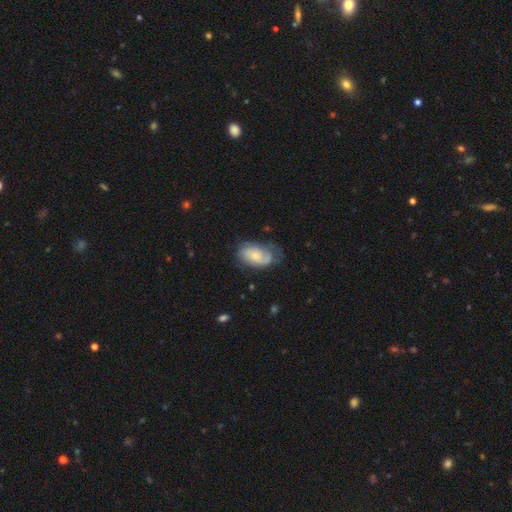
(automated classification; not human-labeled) Morphology: type=featured or disk (49%); merging=none (50%).